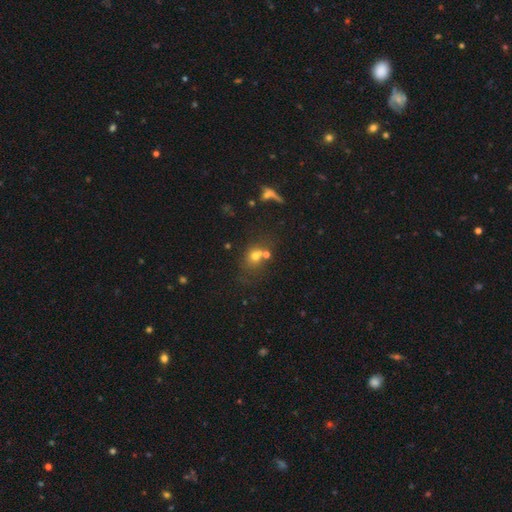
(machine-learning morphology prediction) A smooth galaxy with no disk features (63%) that is round (68%). Merging: none (45%).